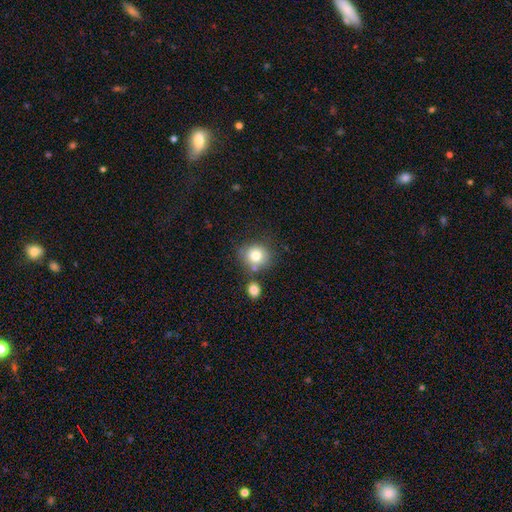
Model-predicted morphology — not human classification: smooth 78%, featured or disk 11%, star or artifact 10%. Down the decision tree: how rounded — round (81%); merging — none (65%).